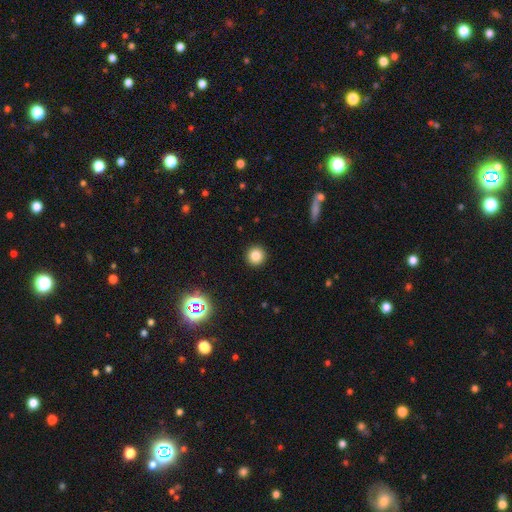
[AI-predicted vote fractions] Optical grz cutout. It shows a smooth galaxy with no disk features (82%) that is round (95%). Merging: none (93%).